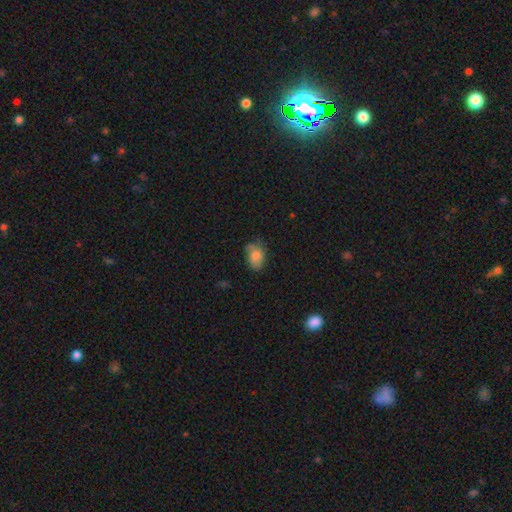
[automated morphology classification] Q: Smooth or featured?
A: smooth (73%); runner-up: featured or disk (18%)
Q: How rounded?
A: in between (84%); runner-up: round (14%)
Q: Merging?
A: none (53%); runner-up: minor disturbance (33%)